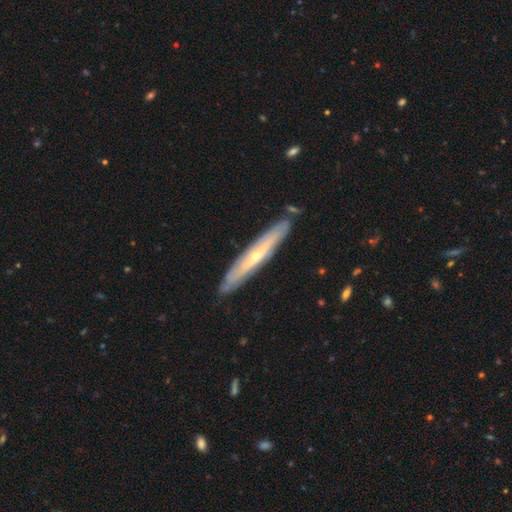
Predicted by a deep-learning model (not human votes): This appears to be a featured or disk galaxy (69%) viewed edge-on (77%) with a rounded central bulge (70%). Merging: none (85%).